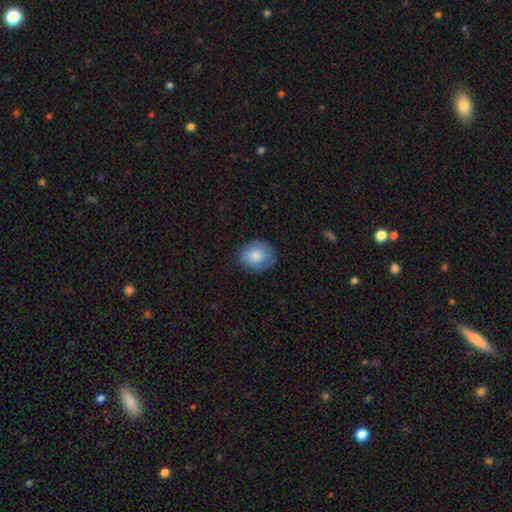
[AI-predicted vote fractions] A smooth galaxy with no disk features (79%) that is round (53%). Merging: none (79%).